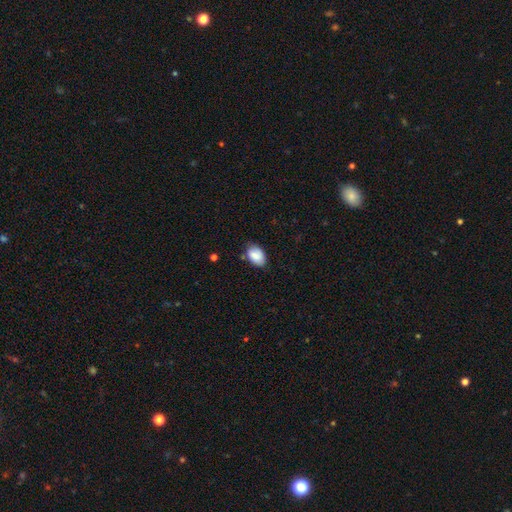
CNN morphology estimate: A smooth galaxy with no disk features (84%) that is in between round and cigar-shaped (88%). Merging: none (72%).